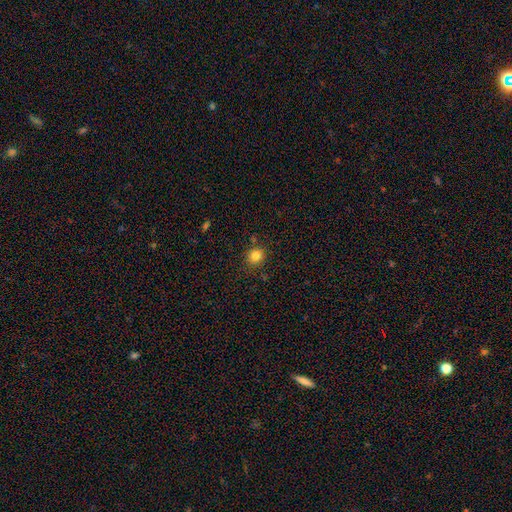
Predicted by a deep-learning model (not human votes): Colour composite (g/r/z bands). It shows a smooth galaxy with no disk features (82%) that is round (83%). Merging: none (83%).